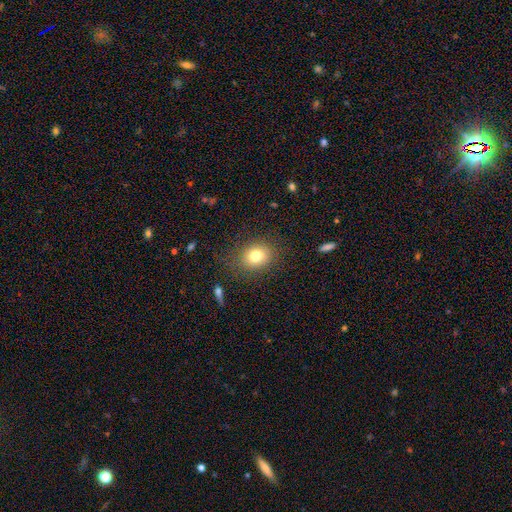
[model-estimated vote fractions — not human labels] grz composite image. It shows a smooth galaxy with no disk features (77%) that is round (56%). Merging: none (82%).